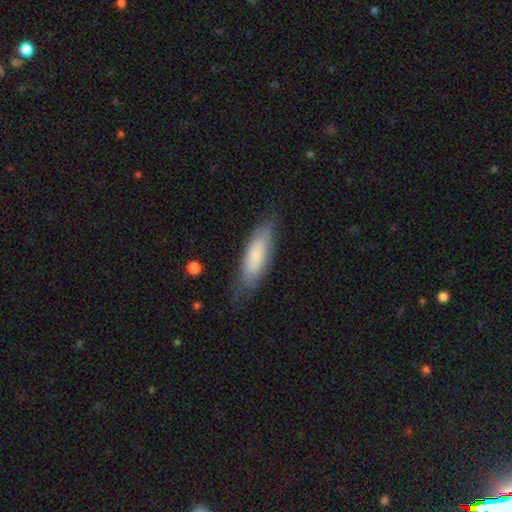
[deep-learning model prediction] Smooth or featured?
  - smooth: 71% *
  - featured or disk: 23%
  - star or artifact: 6%
How rounded?
  - in between: 62% *
  - cigar-shaped: 37%
  - round: 2%
Merging?
  - none: 69% *
  - minor disturbance: 23%
  - major disturbance: 7%
  - merger: 2%